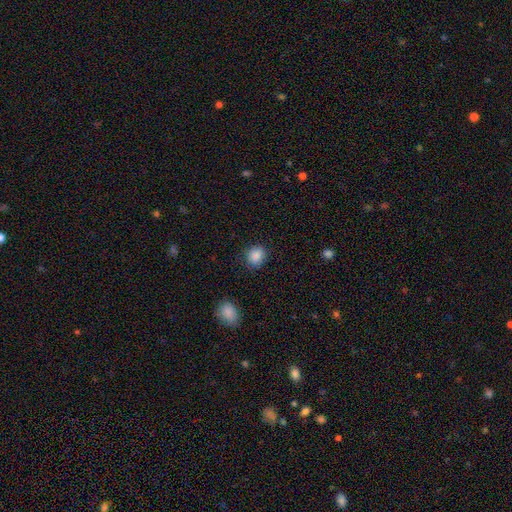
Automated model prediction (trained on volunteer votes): Smooth or featured? smooth (88%)
How rounded? round (69%)
Merging? none (85%)